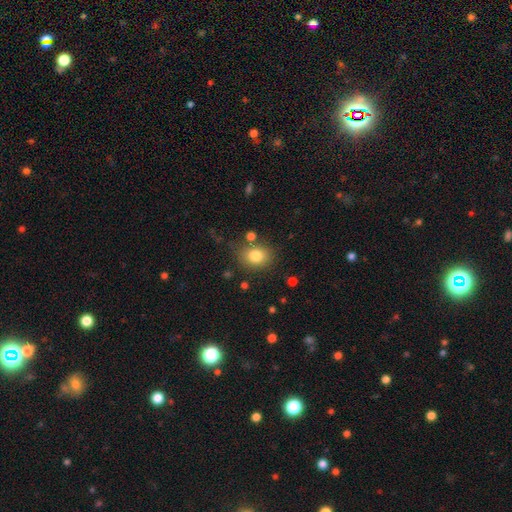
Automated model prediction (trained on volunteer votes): Overall: smooth (81%). How rounded: round (57%; in between 42%). Merging: none (77%).